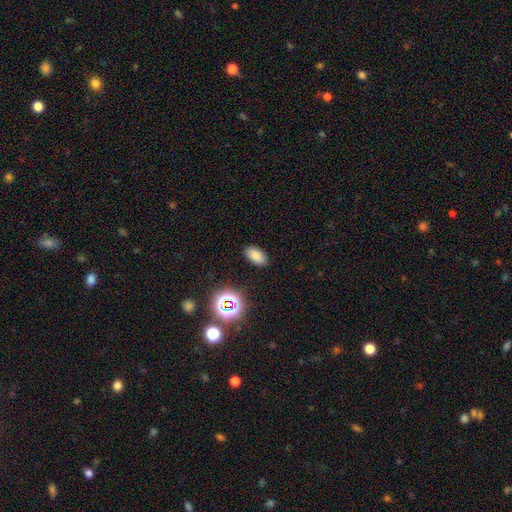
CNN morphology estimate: This appears to be a smooth galaxy with no disk features (78%) that is in between round and cigar-shaped (92%). Merging: none (87%).